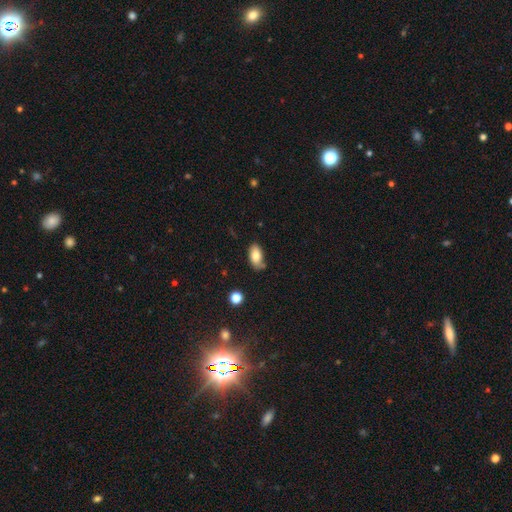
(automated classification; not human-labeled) This appears to be a smooth galaxy with no disk features (81%) that is in between round and cigar-shaped (92%). Merging: none (67%).